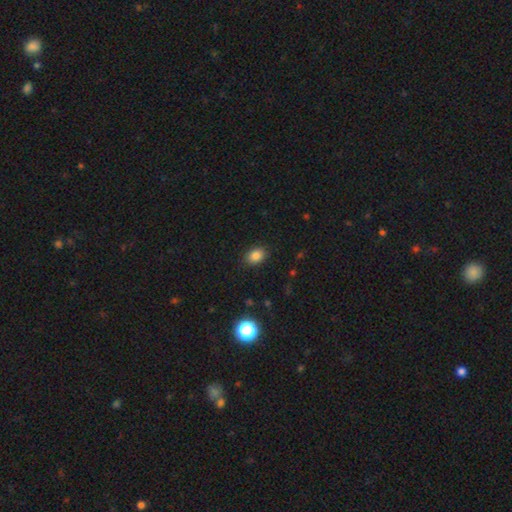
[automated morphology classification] Smooth or featured? Predicted: smooth (p=0.84). How rounded? Predicted: in between (p=0.69). Merging? Predicted: none (p=0.87).